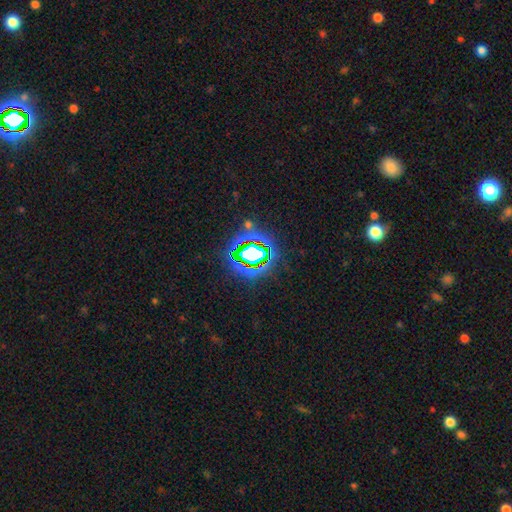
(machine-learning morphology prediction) Smooth or featured? Predicted: star or artifact (p=0.71).